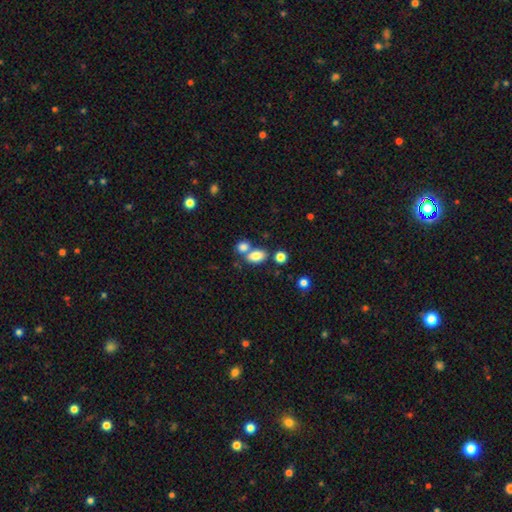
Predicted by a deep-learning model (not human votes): smooth-or-featured: smooth: 82% | star or artifact: 10% | featured or disk: 8%
  how-rounded: in between: 86% | round: 12% | cigar-shaped: 2%
  merging: none: 47% | merger: 38% | minor disturbance: 11% | major disturbance: 4%